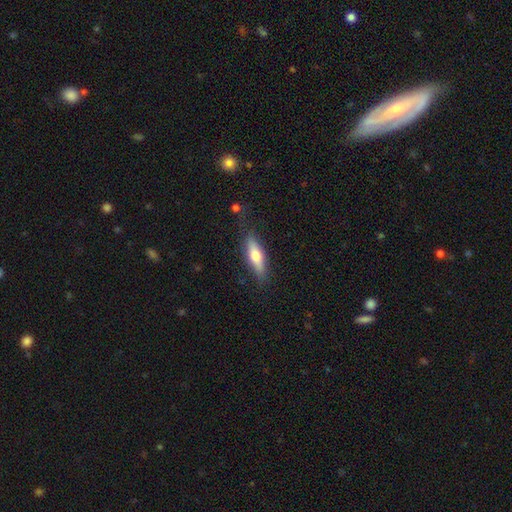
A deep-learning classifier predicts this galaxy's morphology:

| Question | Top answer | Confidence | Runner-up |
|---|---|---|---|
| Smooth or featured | smooth | 61% | featured or disk (33%) |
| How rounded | cigar-shaped | 54% | in between (44%) |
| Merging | none | 80% | minor disturbance (15%) |